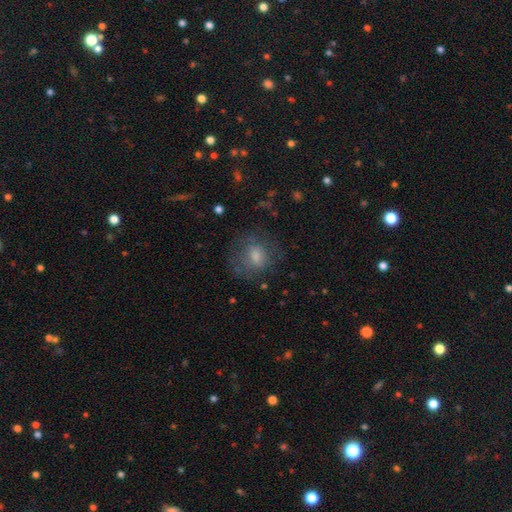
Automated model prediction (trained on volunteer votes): A smooth galaxy with no disk features (56%) that is round (66%). Merging: none (69%).